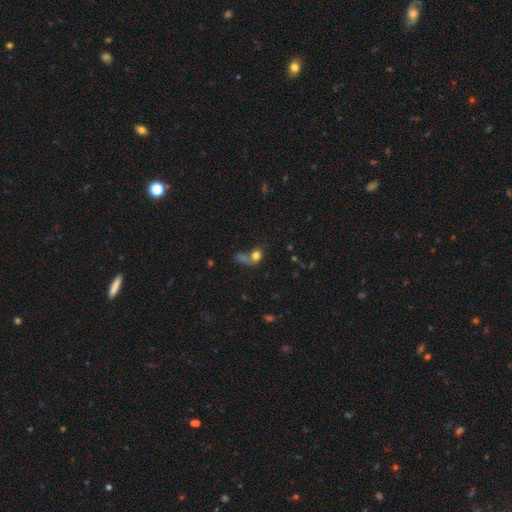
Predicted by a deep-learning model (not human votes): smooth-or-featured: smooth: 73% | star or artifact: 15% | featured or disk: 13%
  how-rounded: round: 61% | in between: 36% | cigar-shaped: 3%
  merging: merger: 40% | none: 31% | major disturbance: 17% | minor disturbance: 12%